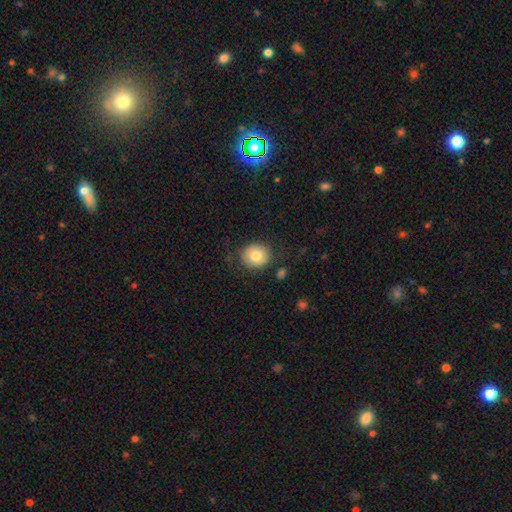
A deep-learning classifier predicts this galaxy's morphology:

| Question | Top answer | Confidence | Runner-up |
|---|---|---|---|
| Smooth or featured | smooth | 79% | featured or disk (13%) |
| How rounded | round | 84% | in between (15%) |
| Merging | none | 82% | minor disturbance (12%) |